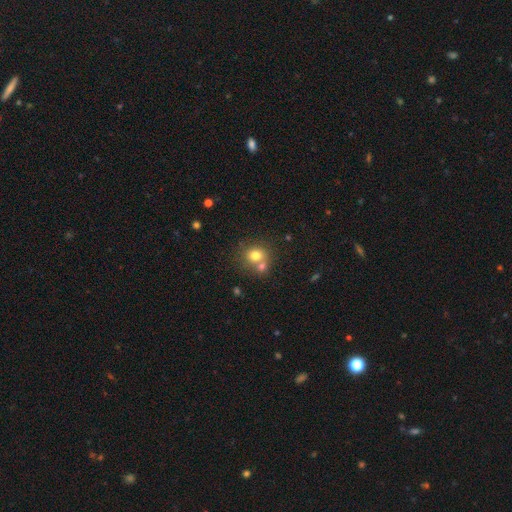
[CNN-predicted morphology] The model was most divided on "merging": none: 49%, merger: 38%, minor disturbance: 9%, major disturbance: 3%. More confident: how rounded — round (78%); smooth or featured — smooth (76%).